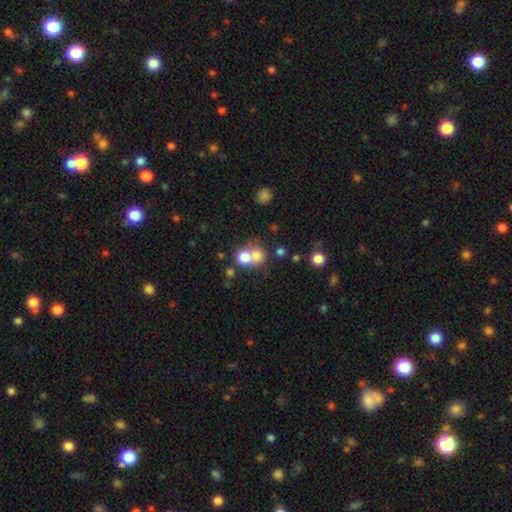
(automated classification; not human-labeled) Morphology: type=smooth (73%); roundness=round (80%); merging=merger (55%).